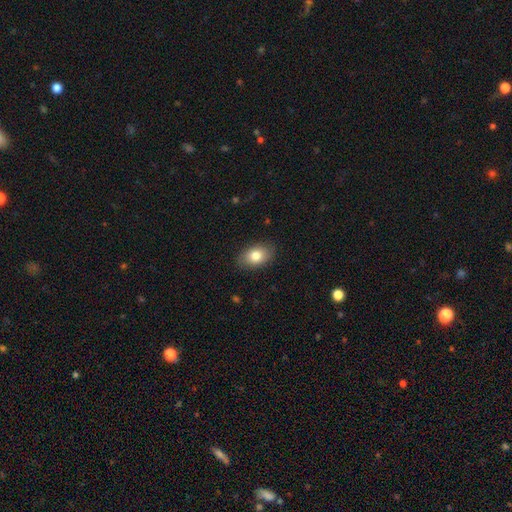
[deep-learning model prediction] This is clearly a smooth galaxy (80%). How rounded: clearly in between (87%). Merging: clearly none (86%).